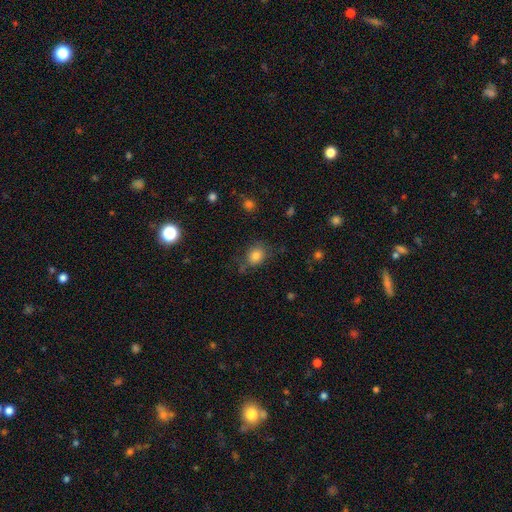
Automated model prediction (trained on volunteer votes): smooth 82%, star or artifact 11%, featured or disk 7%. Down the decision tree: how rounded — round (57%); merging — none (69%).